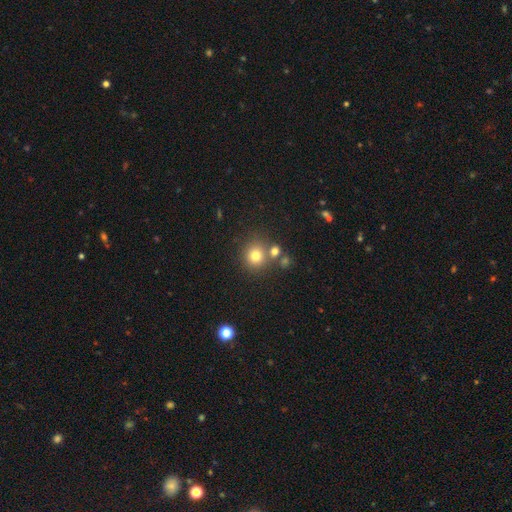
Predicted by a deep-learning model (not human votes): Smooth or featured? Predicted: smooth (p=0.77). How rounded? Predicted: round (p=0.88). Merging? Predicted: none (p=0.70).